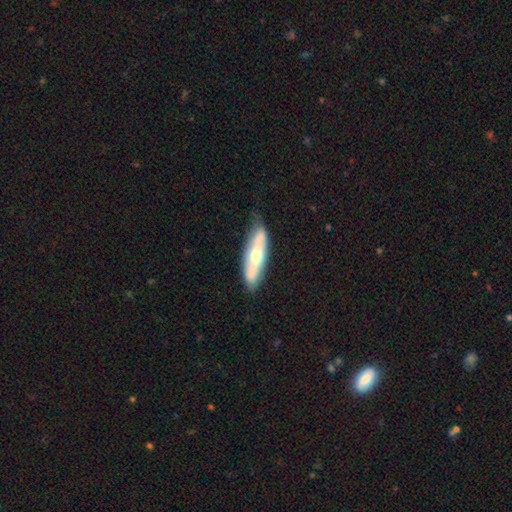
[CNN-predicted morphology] This is possibly a featured or disk galaxy (51%). It is possibly not viewed edge-on (58%). Merging: likely none (72%).